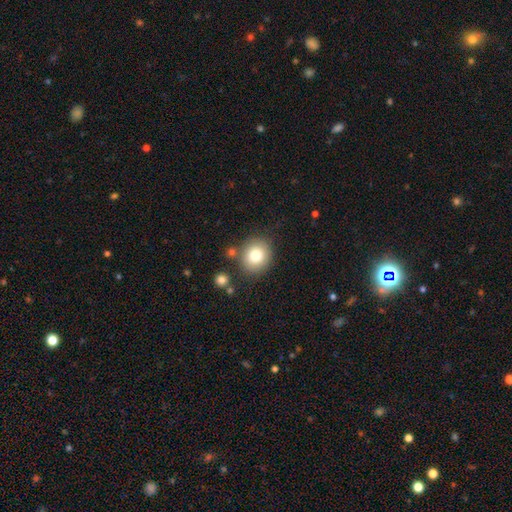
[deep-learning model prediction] Smooth or featured?
  - smooth: 79% *
  - featured or disk: 11%
  - star or artifact: 10%
How rounded?
  - round: 78% *
  - in between: 21%
  - cigar-shaped: 1%
Merging?
  - none: 79% *
  - minor disturbance: 11%
  - merger: 7%
  - major disturbance: 3%